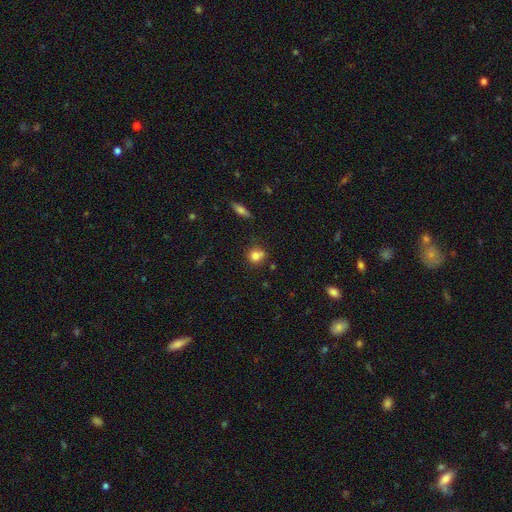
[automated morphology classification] Q: Smooth or featured?
A: smooth (78%); runner-up: star or artifact (12%)
Q: How rounded?
A: round (86%); runner-up: in between (13%)
Q: Merging?
A: none (64%); runner-up: merger (19%)